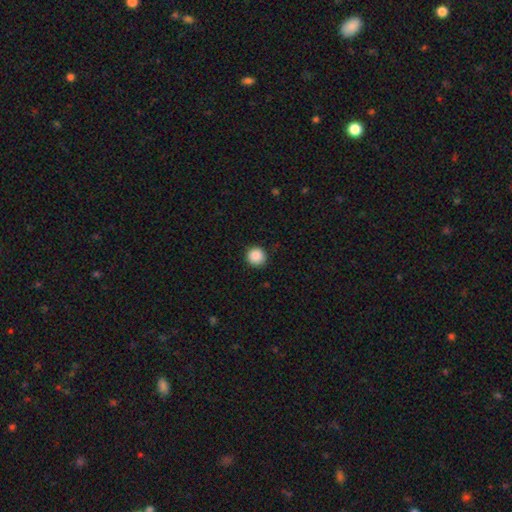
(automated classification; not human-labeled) The model was most divided on "smooth or featured": smooth: 89%, star or artifact: 9%, featured or disk: 2%. More confident: how rounded — round (94%); merging — none (90%).